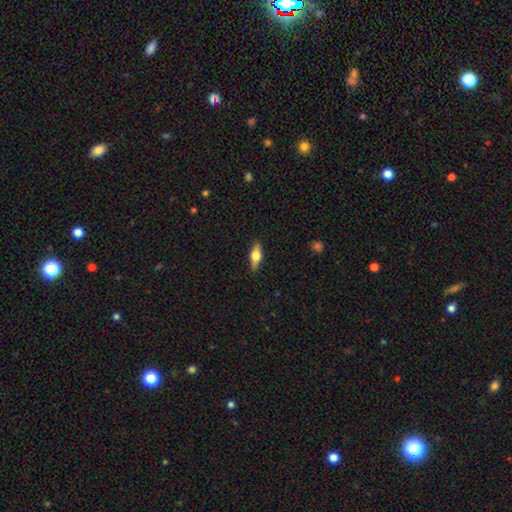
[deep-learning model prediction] Smooth or featured: smooth — 49% (featured or disk — 44%)
Merging: none — 88% (minor disturbance — 9%)